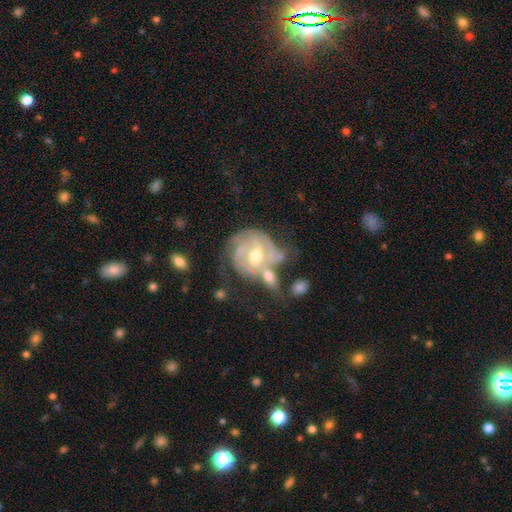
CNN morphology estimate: The model was most divided on "spiral arm count" (2-way tie): 2: 31%, can't tell: 31%, 3: 24%, 4: 6%, 1: 5%, more than 4: 4%. Remaining: edge-on disk — no (97%); spiral arms — yes (91%); smooth or featured — featured or disk (84%); bulge size — moderate (70%); spiral winding — tight (64%); bar — weak (47%); merging — none (43%).